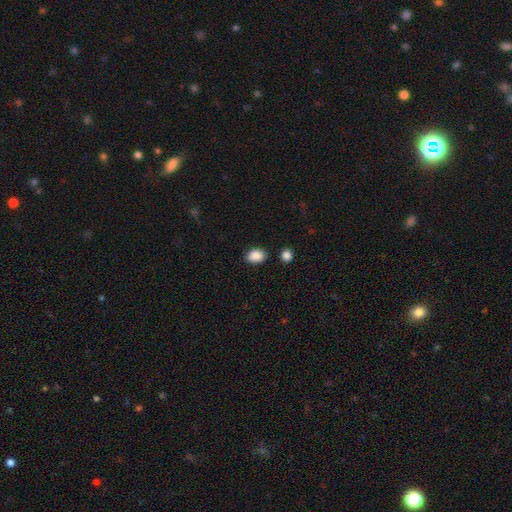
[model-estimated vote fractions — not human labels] Q: Smooth or featured?
A: smooth (89%); runner-up: star or artifact (8%)
Q: How rounded?
A: in between (78%); runner-up: round (21%)
Q: Merging?
A: none (84%); runner-up: minor disturbance (10%)